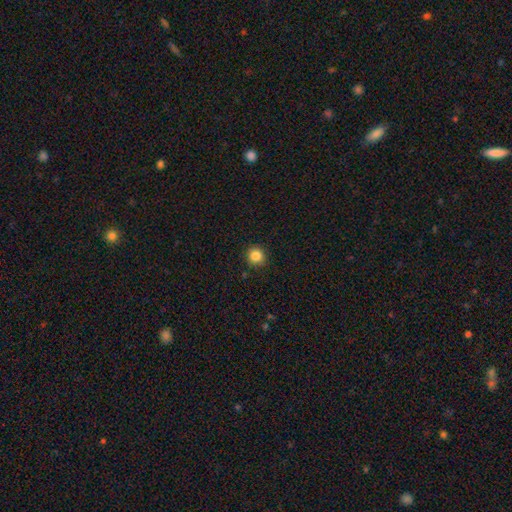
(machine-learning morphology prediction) smooth_or_featured: smooth (p=0.85) [alt: star or artifact p=0.11]
how_rounded: round (p=0.93) [alt: in between p=0.06]
merging: none (p=0.90) [alt: minor disturbance p=0.07]